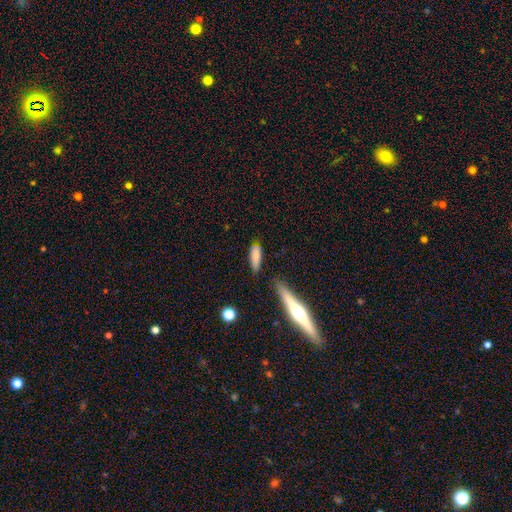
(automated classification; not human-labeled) smooth-or-featured: smooth: 81% | featured or disk: 12% | star or artifact: 7%
  how-rounded: in between: 50% | cigar-shaped: 48% | round: 2%
  merging: none: 71% | minor disturbance: 19% | merger: 5% | major disturbance: 5%